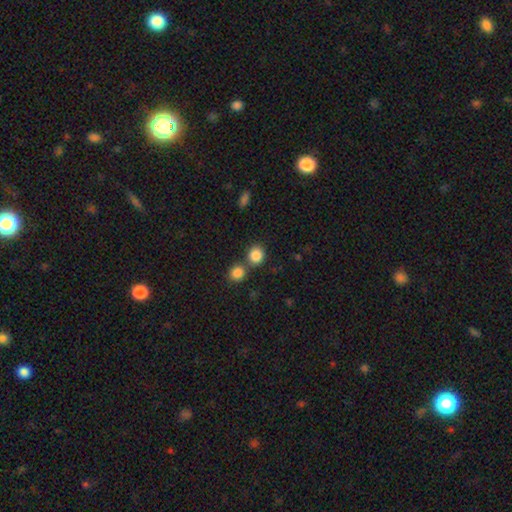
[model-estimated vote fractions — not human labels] The model was most divided on "merging": none: 64%, merger: 26%, minor disturbance: 8%, major disturbance: 3%. More confident: smooth or featured — smooth (86%); how rounded — round (82%).